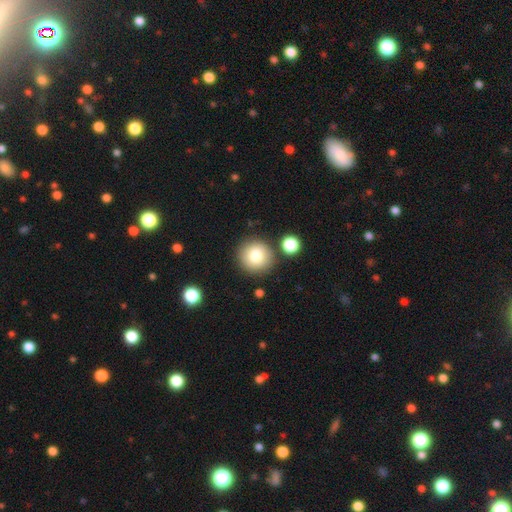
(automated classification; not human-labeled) This appears to be a smooth galaxy with no disk features (80%) that is round (95%). Merging: none (83%).